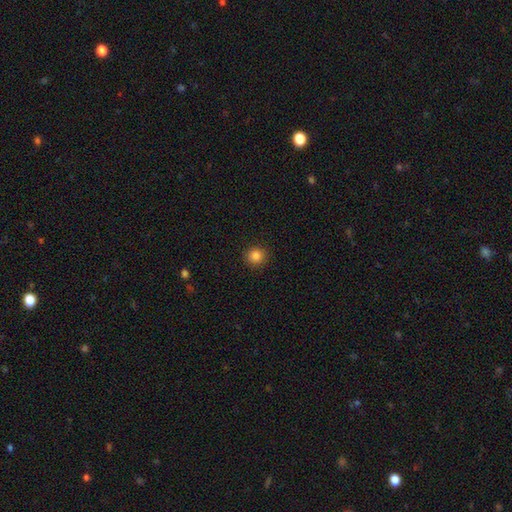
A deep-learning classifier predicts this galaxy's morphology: Smooth or featured? Predicted: smooth (p=0.85). How rounded? Predicted: round (p=0.91). Merging? Predicted: none (p=0.92).